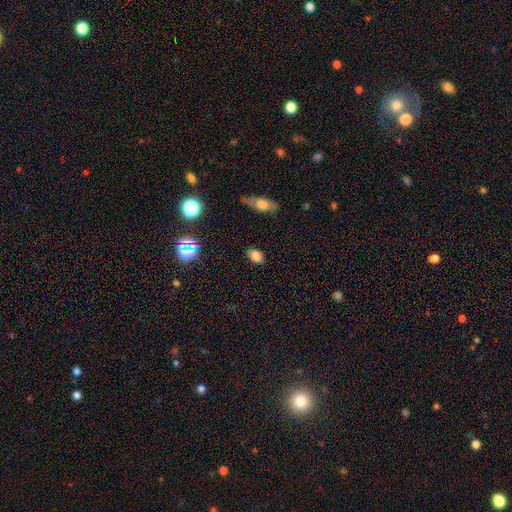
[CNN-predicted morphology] Smooth or featured? smooth (79%)
How rounded? in between (81%)
Merging? none (78%)